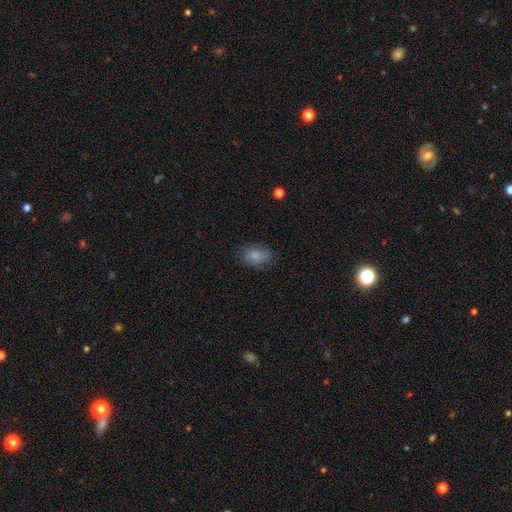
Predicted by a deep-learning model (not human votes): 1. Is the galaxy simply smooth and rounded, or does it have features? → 80% smooth, 12% featured or disk, 8% star or artifact.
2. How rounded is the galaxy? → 84% in between, 14% round, 2% cigar-shaped.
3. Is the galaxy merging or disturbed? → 74% none, 18% minor disturbance, 6% major disturbance, 1% merger.